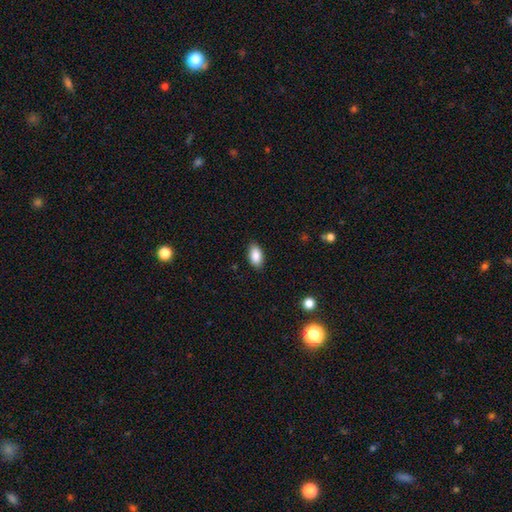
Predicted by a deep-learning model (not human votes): Smooth or featured?
  - smooth: 88% *
  - star or artifact: 7%
  - featured or disk: 5%
How rounded?
  - in between: 93% *
  - round: 4%
  - cigar-shaped: 3%
Merging?
  - none: 88% *
  - minor disturbance: 9%
  - major disturbance: 2%
  - merger: 1%